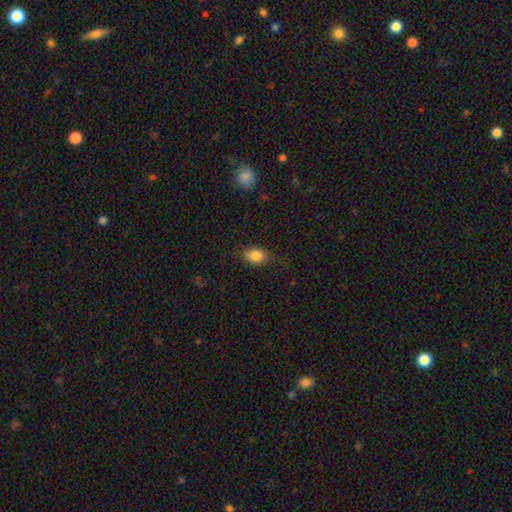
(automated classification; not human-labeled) Morphology: type=smooth (83%); roundness=in between (68%); merging=none (72%).